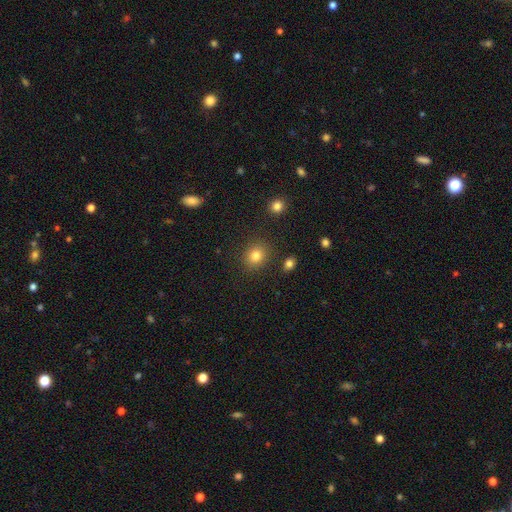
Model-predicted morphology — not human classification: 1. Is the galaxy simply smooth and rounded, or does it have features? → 83% smooth, 11% star or artifact, 6% featured or disk.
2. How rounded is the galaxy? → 71% round, 28% in between, 1% cigar-shaped.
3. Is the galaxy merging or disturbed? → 87% none, 8% minor disturbance, 3% major disturbance, 3% merger.